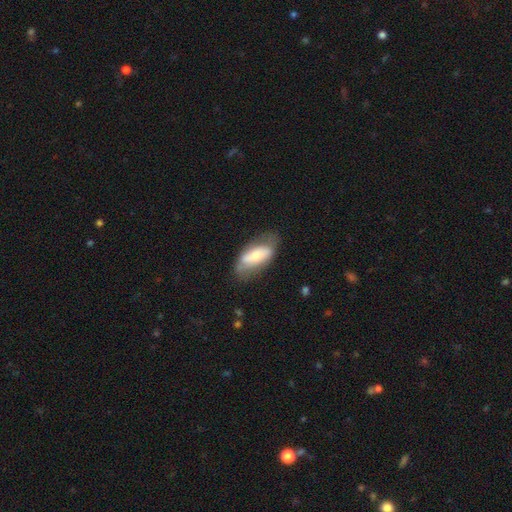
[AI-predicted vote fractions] This is possibly a smooth galaxy (56%). How rounded: clearly in between (84%). Merging: possibly none (54%).